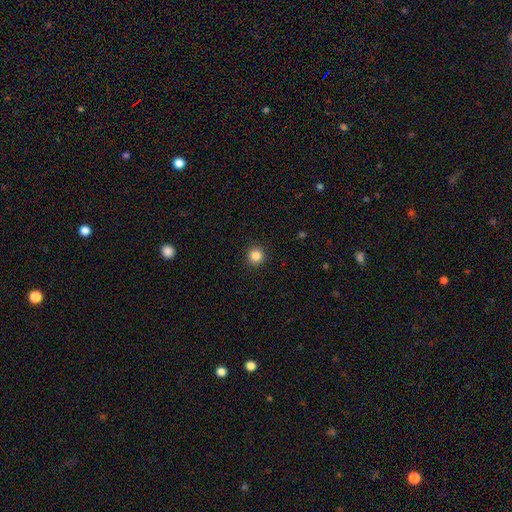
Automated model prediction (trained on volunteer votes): The model was most divided on "smooth or featured": smooth: 85%, star or artifact: 11%, featured or disk: 4%. More confident: how rounded — round (95%); merging — none (93%).